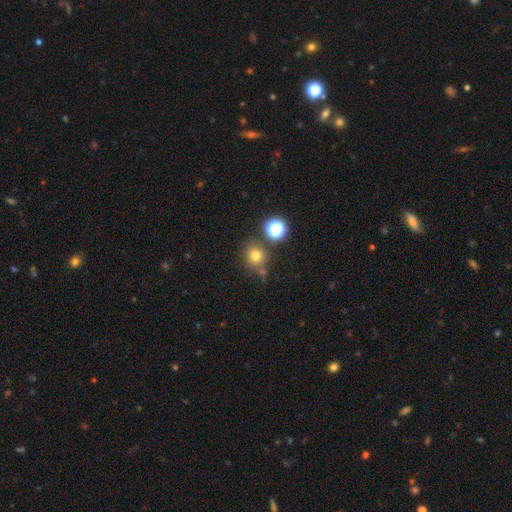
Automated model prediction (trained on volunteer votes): smooth-or-featured: smooth: 74% | star or artifact: 18% | featured or disk: 8%
  how-rounded: round: 84% | in between: 15% | cigar-shaped: 1%
  merging: none: 73% | merger: 12% | minor disturbance: 12% | major disturbance: 4%